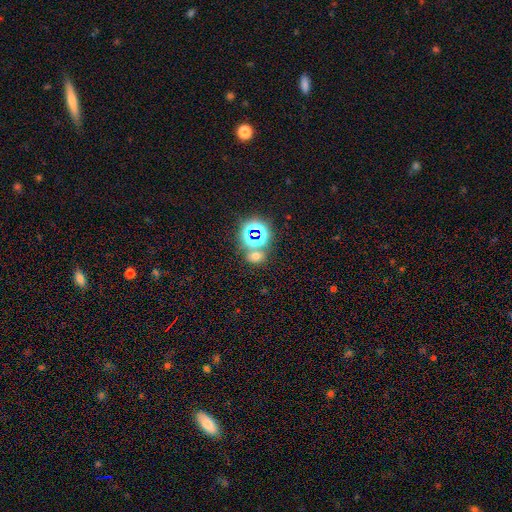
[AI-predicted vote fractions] Smooth or featured?
  - smooth: 49% *
  - star or artifact: 42%
  - featured or disk: 9%
Merging?
  - none: 67% *
  - merger: 20%
  - minor disturbance: 8%
  - major disturbance: 4%